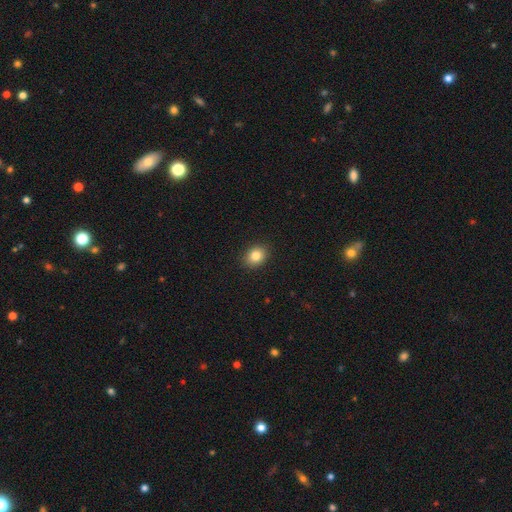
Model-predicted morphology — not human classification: Smooth or featured? Predicted: smooth (p=0.84). How rounded? Predicted: round (p=0.53). Merging? Predicted: none (p=0.90).